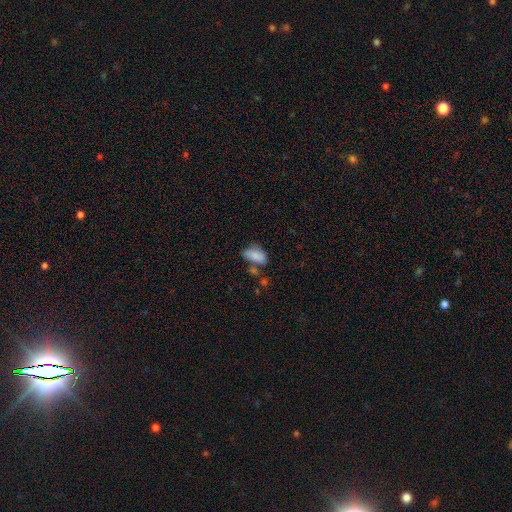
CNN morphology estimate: Q: Smooth or featured?
A: smooth (82%); runner-up: featured or disk (10%)
Q: How rounded?
A: in between (92%); runner-up: round (5%)
Q: Merging?
A: none (49%); runner-up: minor disturbance (27%)